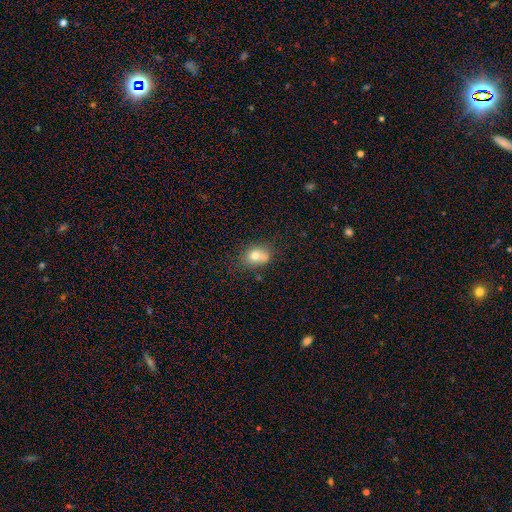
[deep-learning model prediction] smooth-or-featured: smooth: 73% | featured or disk: 16% | star or artifact: 11%
  how-rounded: in between: 52% | round: 47% | cigar-shaped: 1%
  merging: none: 44% | merger: 34% | minor disturbance: 16% | major disturbance: 5%